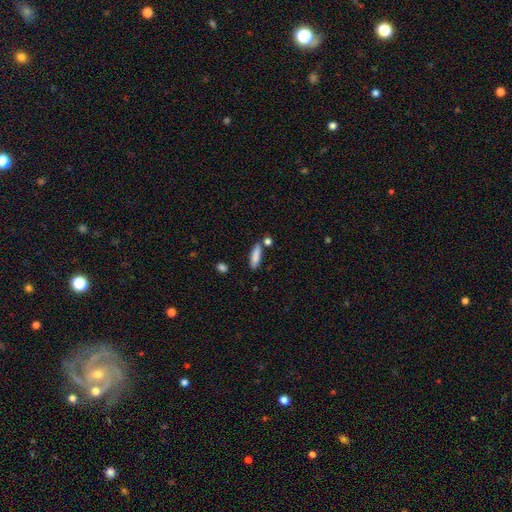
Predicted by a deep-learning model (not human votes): This appears to be a smooth galaxy with no disk features (85%) that is cigar-shaped (61%). Merging: none (75%).